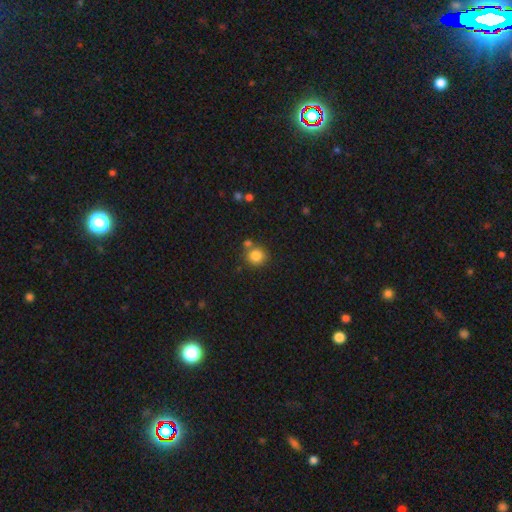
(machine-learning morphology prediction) Smooth or featured: smooth — 83% (star or artifact — 11%)
How rounded: round — 90% (in between — 9%)
Merging: none — 71% (merger — 16%)